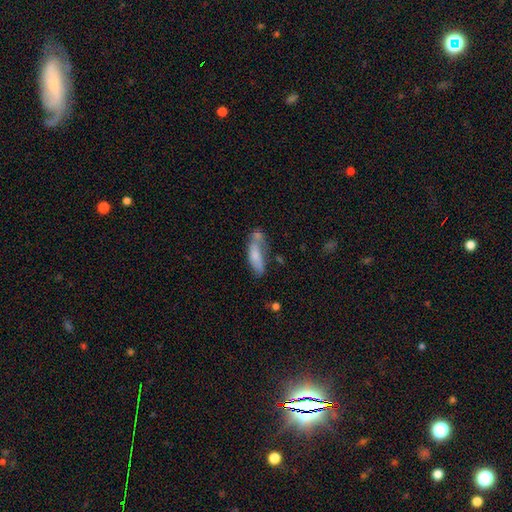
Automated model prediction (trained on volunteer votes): smooth_or_featured: smooth (p=0.70) [alt: featured or disk p=0.22]
how_rounded: in between (p=0.54) [alt: cigar-shaped p=0.44]
merging: none (p=0.37) [alt: merger p=0.26]